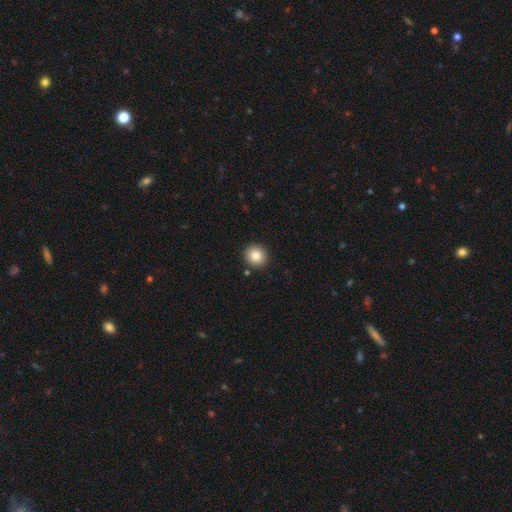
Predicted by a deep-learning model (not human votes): Smooth or featured? Predicted: smooth (p=0.84). How rounded? Predicted: round (p=0.89). Merging? Predicted: none (p=0.90).